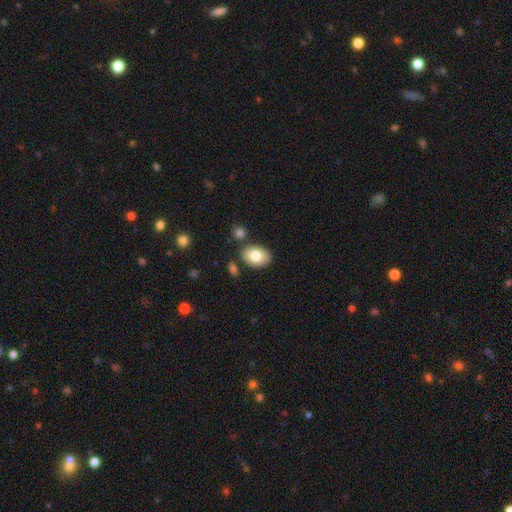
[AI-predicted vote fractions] This appears to be a smooth galaxy with no disk features (80%) that is in between round and cigar-shaped (85%). Merging: none (80%).